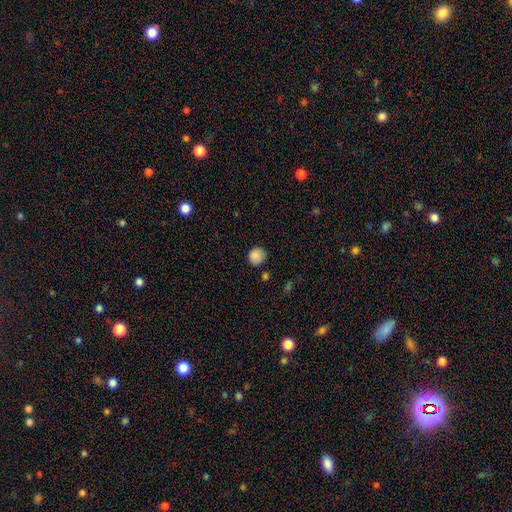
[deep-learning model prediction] smooth 86%, star or artifact 9%, featured or disk 6%. Down the decision tree: how rounded — round (88%); merging — none (77%).